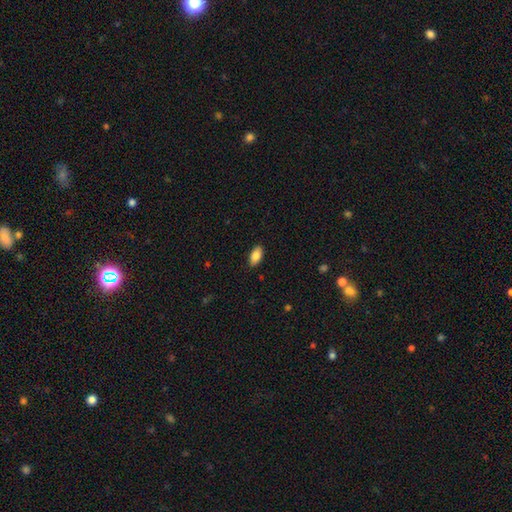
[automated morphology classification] Overall: smooth (85%). How rounded: in between (92%). Merging: none (88%).